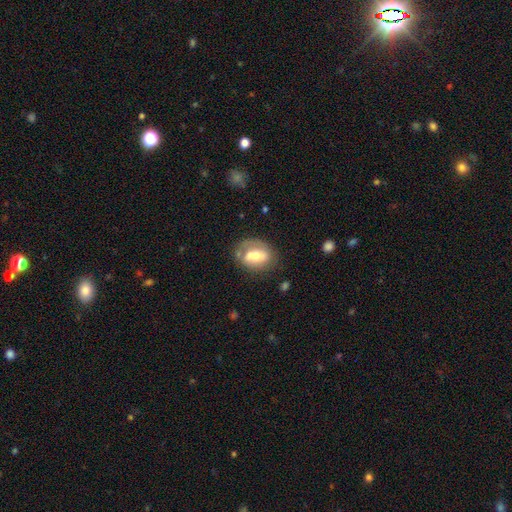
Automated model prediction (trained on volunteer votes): This appears to be a featured or disk galaxy (47%). Merging: none (52%).